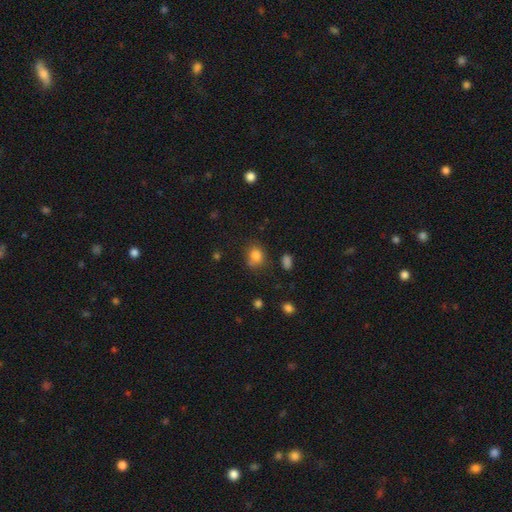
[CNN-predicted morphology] This is clearly a smooth galaxy (82%). How rounded: possibly round (59%). Merging: likely none (68%).